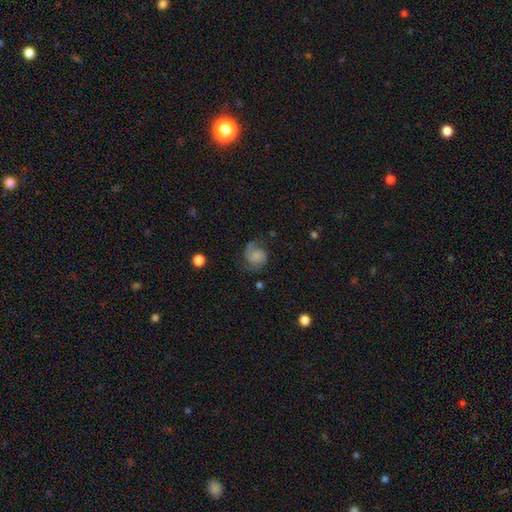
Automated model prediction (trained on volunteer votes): Smooth or featured: featured or disk — 52% (smooth — 38%)
Edge-on disk: no — 98% (yes — 2%)
Bar: no — 72% (weak — 24%)
Spiral arms: yes — 91% (no — 9%)
Bulge size: none — 42% (small — 29%)
Merging: none — 59% (minor disturbance — 24%)